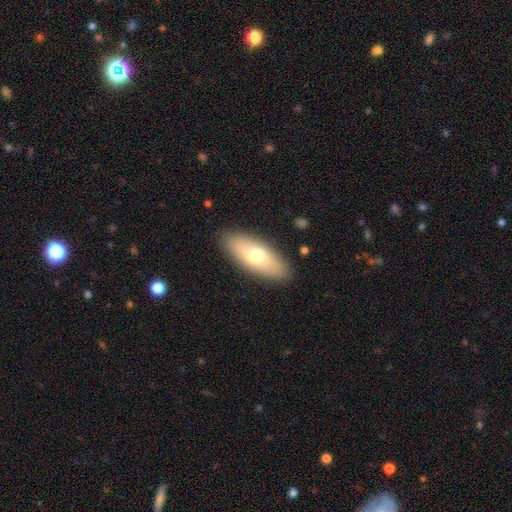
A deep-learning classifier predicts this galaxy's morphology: smooth 61%, featured or disk 33%, star or artifact 6%. Down the decision tree: how rounded — in between (78%); merging — none (88%).